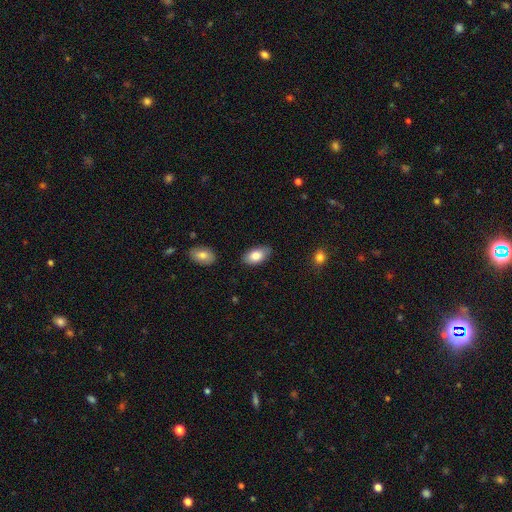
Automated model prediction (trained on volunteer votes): smooth_or_featured: smooth (p=0.82) [alt: featured or disk p=0.11]
how_rounded: in between (p=0.94) [alt: round p=0.04]
merging: none (p=0.83) [alt: minor disturbance p=0.13]